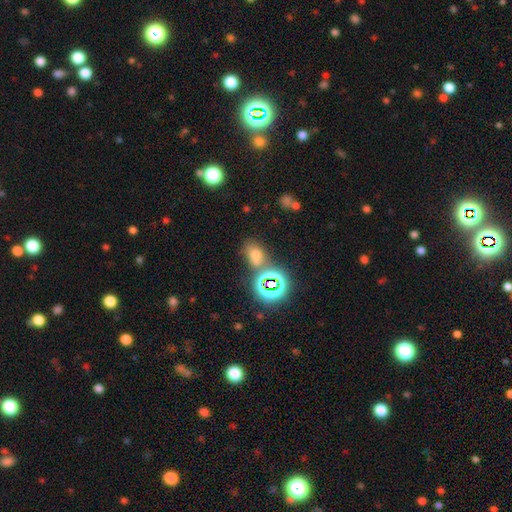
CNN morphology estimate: Smooth or featured: smooth — 58% (star or artifact — 32%)
How rounded: in between — 72% (round — 25%)
Merging: none — 57% (merger — 22%)